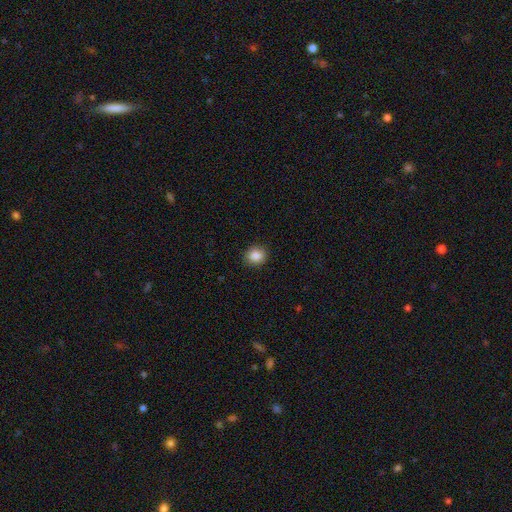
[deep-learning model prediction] smooth-or-featured: smooth: 86% | star or artifact: 9% | featured or disk: 4%
  how-rounded: round: 74% | in between: 25% | cigar-shaped: 1%
  merging: none: 90% | minor disturbance: 7% | major disturbance: 2% | merger: 1%